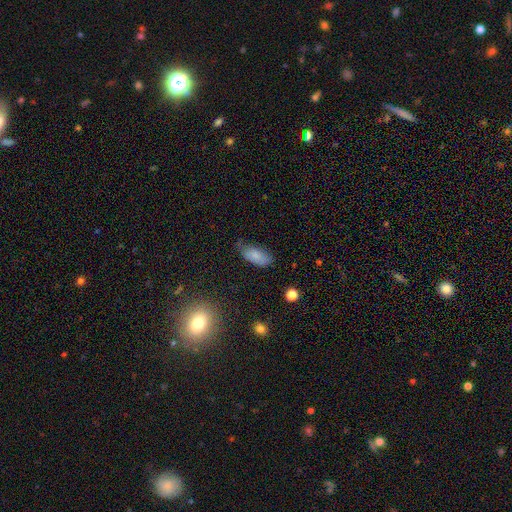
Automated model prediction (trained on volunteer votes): Smooth or featured: smooth — 81% (featured or disk — 11%)
How rounded: in between — 90% (cigar-shaped — 7%)
Merging: none — 54% (minor disturbance — 35%)